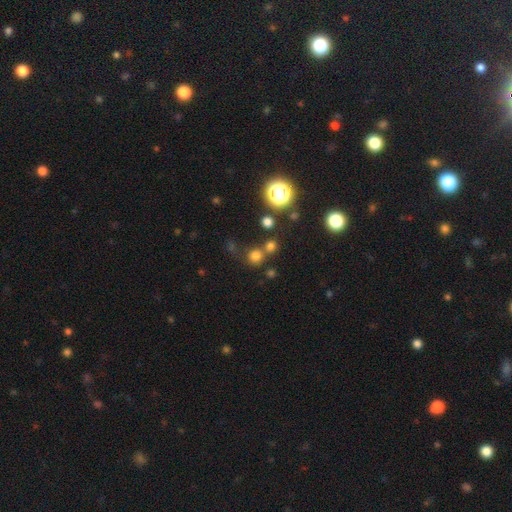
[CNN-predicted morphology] The model was most divided on "merging": none: 64%, merger: 24%, minor disturbance: 8%, major disturbance: 4%. More confident: how rounded — round (90%); smooth or featured — smooth (68%).